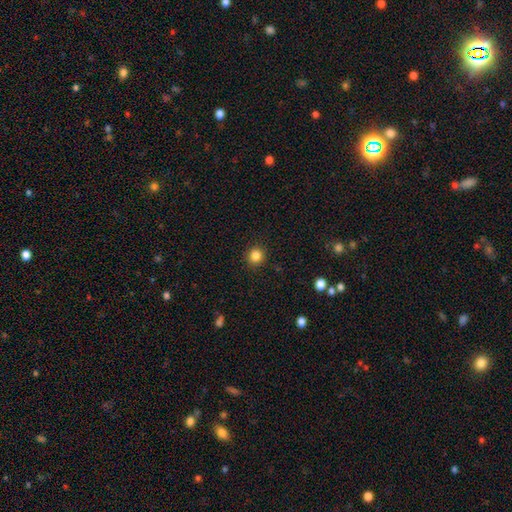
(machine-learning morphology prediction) A smooth galaxy with no disk features (84%) that is round (91%). Merging: none (91%).